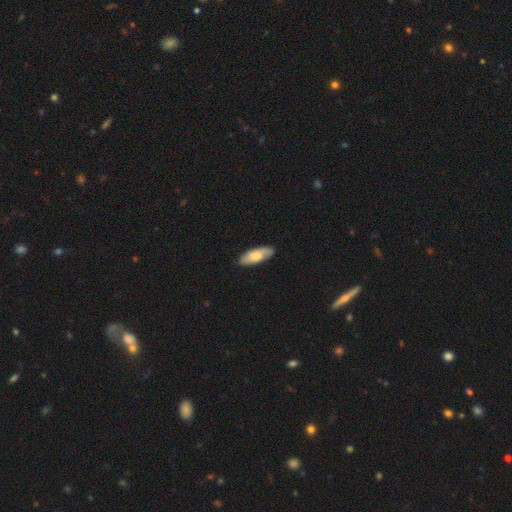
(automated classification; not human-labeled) smooth_or_featured: smooth (p=0.68) [alt: featured or disk p=0.26]
how_rounded: in between (p=0.74) [alt: cigar-shaped p=0.24]
merging: none (p=0.85) [alt: minor disturbance p=0.12]